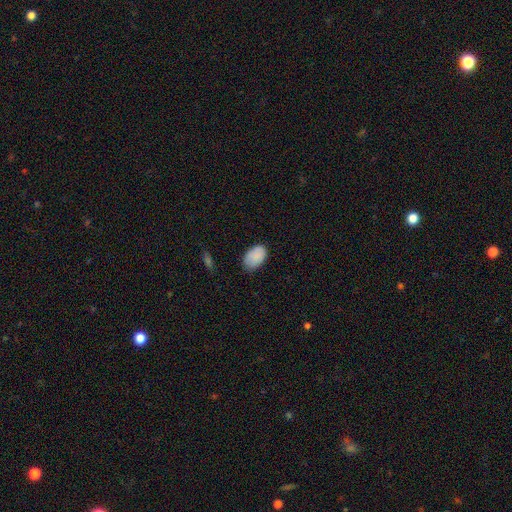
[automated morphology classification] Smooth or featured?
  - smooth: 88% *
  - star or artifact: 7%
  - featured or disk: 5%
How rounded?
  - in between: 90% *
  - round: 8%
  - cigar-shaped: 1%
Merging?
  - none: 74% *
  - minor disturbance: 21%
  - major disturbance: 4%
  - merger: 1%